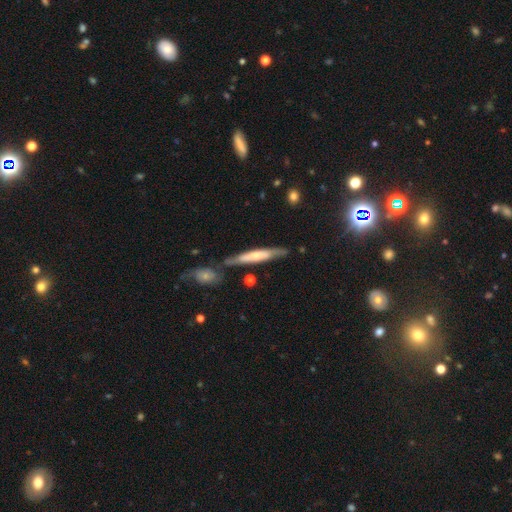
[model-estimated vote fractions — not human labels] This appears to be a featured or disk galaxy (49%). Merging: none (70%).